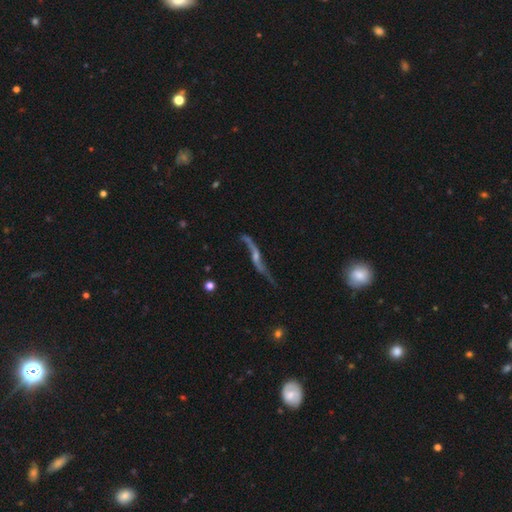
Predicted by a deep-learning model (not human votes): featured or disk 82%, smooth 10%, star or artifact 8%. Down the decision tree: edge-on disk — no (50%, tied with yes); merging — none (55%).